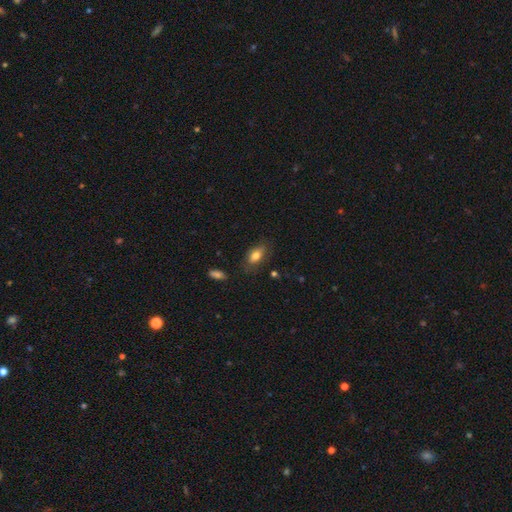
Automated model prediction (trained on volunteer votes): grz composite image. It shows a smooth galaxy with no disk features (77%) that is in between round and cigar-shaped (87%). Merging: none (73%).